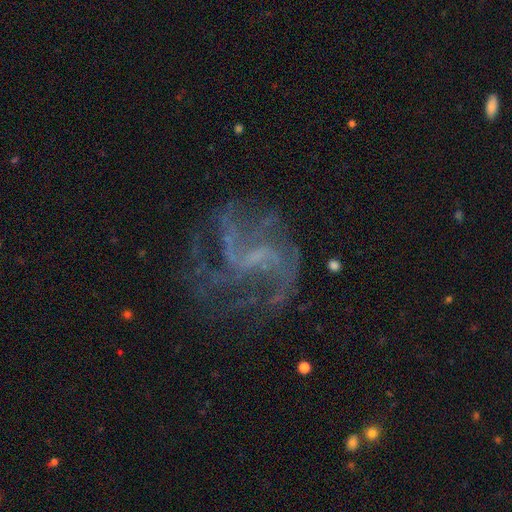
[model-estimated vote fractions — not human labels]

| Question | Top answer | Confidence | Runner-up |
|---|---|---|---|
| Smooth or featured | featured or disk | 79% | star or artifact (14%) |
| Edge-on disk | no | 98% | yes (2%) |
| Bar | weak | 44% | no (40%) |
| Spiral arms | yes | 90% | no (10%) |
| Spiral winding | medium | 44% | loose (40%) |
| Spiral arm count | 3 | 25% | can't tell (24%) |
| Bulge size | none | 48% | small (40%) |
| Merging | none | 57% | major disturbance (26%) |